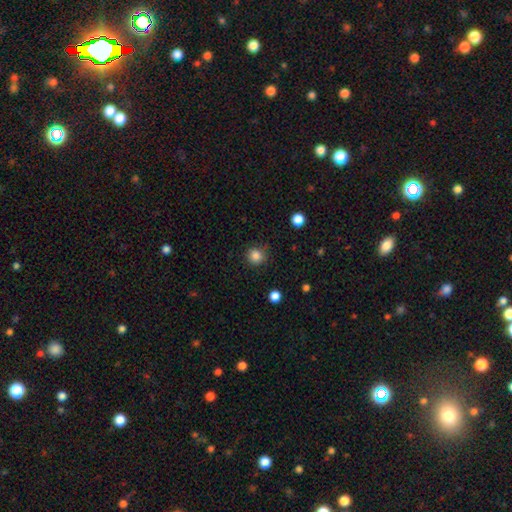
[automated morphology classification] Smooth or featured? Predicted: smooth (p=0.85). How rounded? Predicted: round (p=0.92). Merging? Predicted: none (p=0.85).